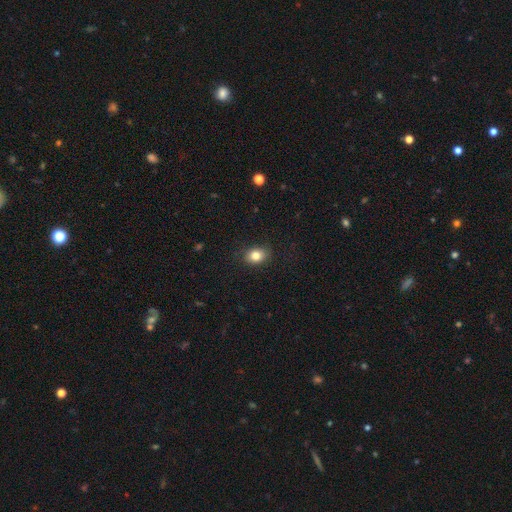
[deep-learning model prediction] Morphology: type=smooth (83%); roundness=in between (66%); merging=none (84%).